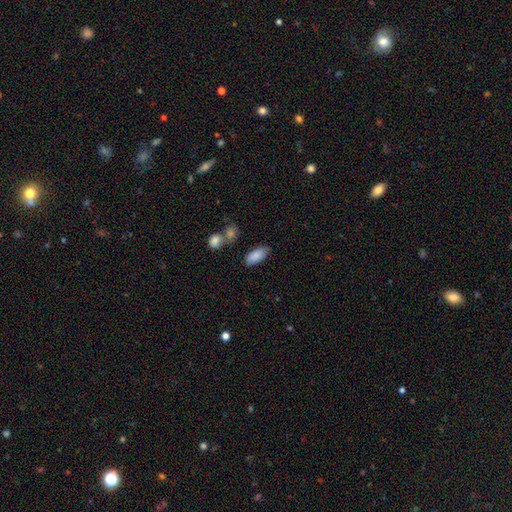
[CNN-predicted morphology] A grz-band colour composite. It shows a smooth galaxy with no disk features (87%) that is in between round and cigar-shaped (89%). Merging: none (76%).